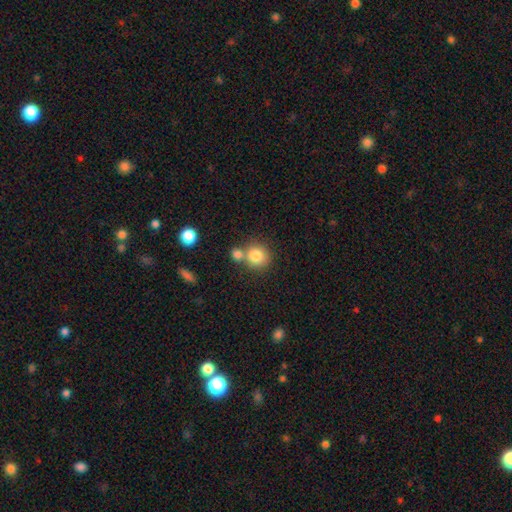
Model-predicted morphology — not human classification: Smooth or featured?
  - smooth: 82% *
  - star or artifact: 10%
  - featured or disk: 8%
How rounded?
  - round: 88% *
  - in between: 11%
  - cigar-shaped: 1%
Merging?
  - none: 55% *
  - merger: 33%
  - minor disturbance: 9%
  - major disturbance: 3%